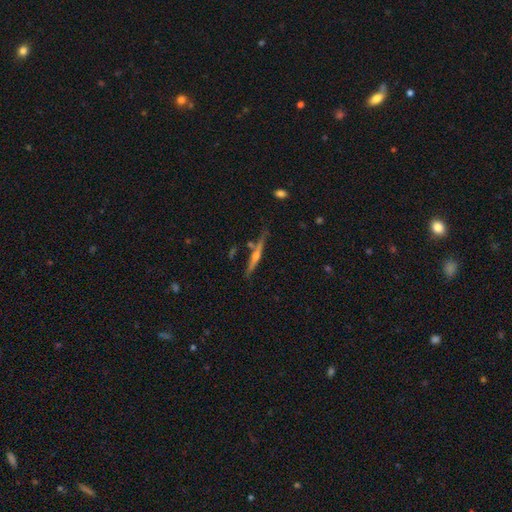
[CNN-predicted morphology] This is likely a featured or disk galaxy (73%). It is clearly viewed edge-on (97%). Edge-on bulge: clearly rounded (89%). Merging: likely none (77%).